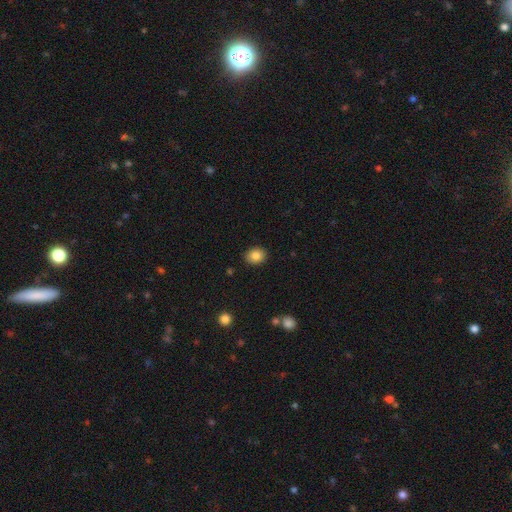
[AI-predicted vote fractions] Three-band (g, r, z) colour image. It shows a smooth galaxy with no disk features (84%) that is round (52%). Merging: none (89%).